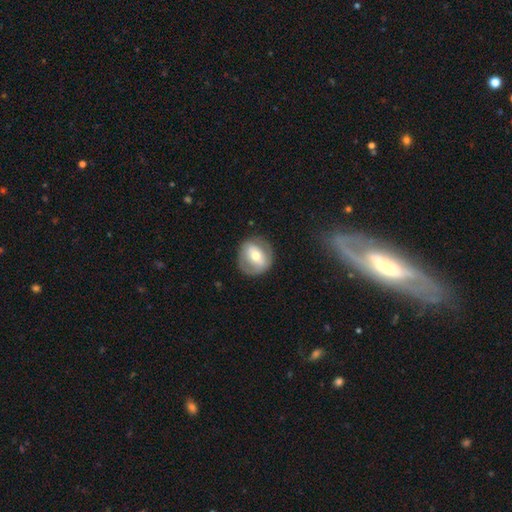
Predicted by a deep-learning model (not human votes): smooth-or-featured: featured or disk: 52% | smooth: 41% | star or artifact: 6%
  disk-edge-on: no: 94% | yes: 6%
  merging: none: 78% | minor disturbance: 14% | major disturbance: 6% | merger: 1%